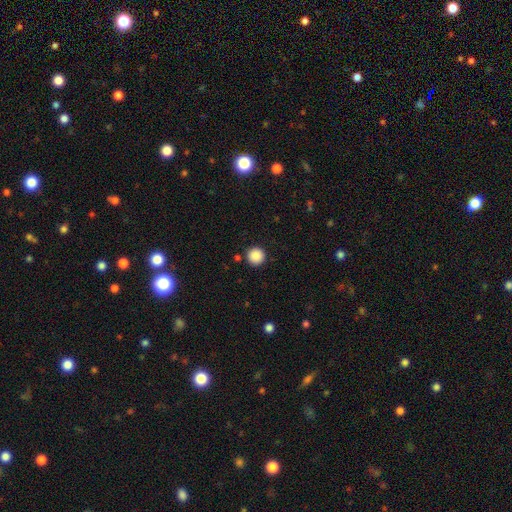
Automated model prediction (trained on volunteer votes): This is clearly a smooth galaxy (88%). How rounded: clearly round (96%). Merging: clearly none (91%).